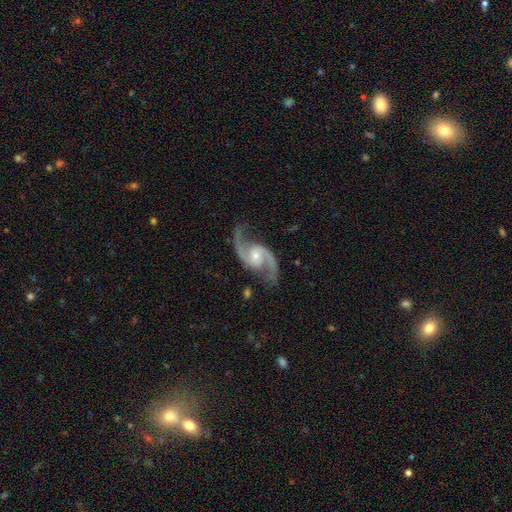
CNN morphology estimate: Smooth or featured? featured or disk (93%)
Edge-on disk? no (98%)
Bar? no (51%)
Spiral arms? yes (98%)
Spiral winding? loose (49%)
Spiral arm count? 2 (94%)
Bulge size? small (56%)
Merging? none (81%)